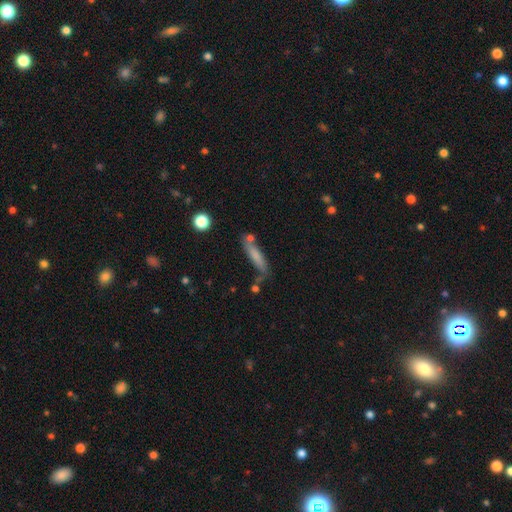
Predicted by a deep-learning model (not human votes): smooth 71%, featured or disk 21%, star or artifact 8%. Down the decision tree: how rounded — cigar-shaped (79%); merging — none (63%).